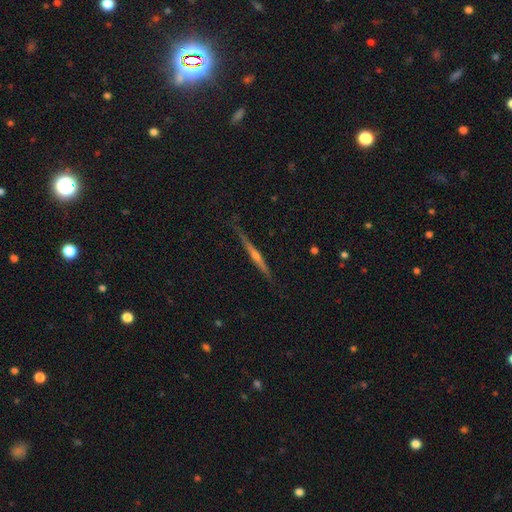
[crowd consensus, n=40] A featured or disk galaxy (80%) viewed edge-on (100%) with a rounded central bulge (91%). Merging: none (79%).